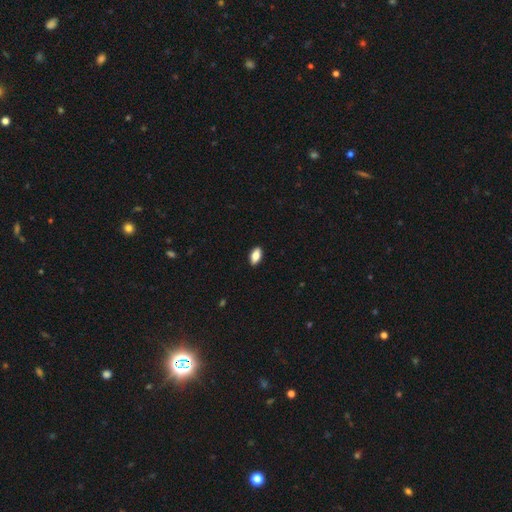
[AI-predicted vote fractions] Smooth or featured? Predicted: smooth (p=0.84). How rounded? Predicted: in between (p=0.91). Merging? Predicted: none (p=0.90).